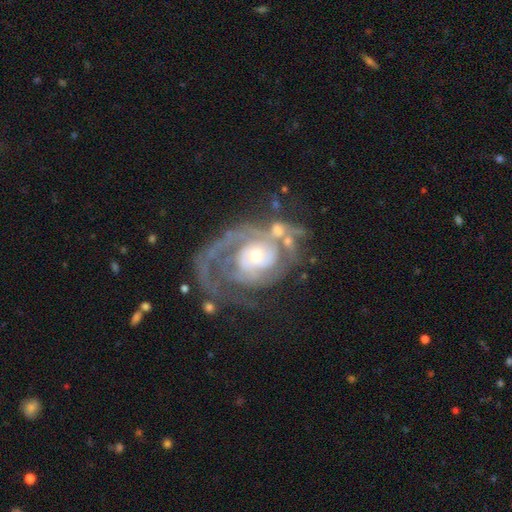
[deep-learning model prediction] Smooth or featured?
  - featured or disk: 88% *
  - smooth: 6%
  - star or artifact: 6%
Edge-on disk?
  - no: 97% *
  - yes: 3%
Bar?
  - no: 72% *
  - weak: 21%
  - strong: 7%
Spiral arms?
  - yes: 94% *
  - no: 6%
Spiral winding?
  - tight: 61% *
  - medium: 30%
  - loose: 9%
Spiral arm count?
  - 2: 37% *
  - can't tell: 24%
  - 3: 15%
  - 1: 14%
  - 4: 5%
  - more than 4: 5%
Bulge size?
  - small: 52% *
  - moderate: 41%
  - large: 4%
  - none: 1%
  - dominant: 1%
Merging?
  - none: 48% *
  - major disturbance: 24%
  - minor disturbance: 18%
  - merger: 10%